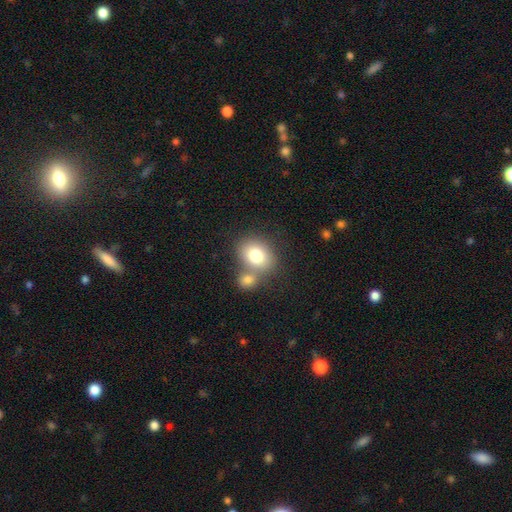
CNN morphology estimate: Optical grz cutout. It shows a smooth galaxy with no disk features (77%) that is round (55%). Merging: none (49%).